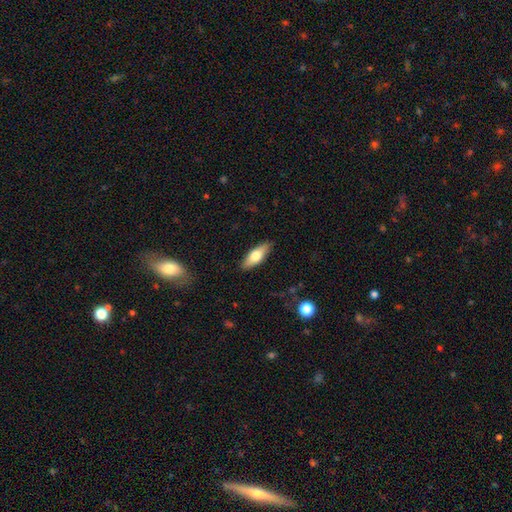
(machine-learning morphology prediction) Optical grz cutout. It shows a smooth galaxy with no disk features (62%) that is in between round and cigar-shaped (62%). Merging: none (87%).